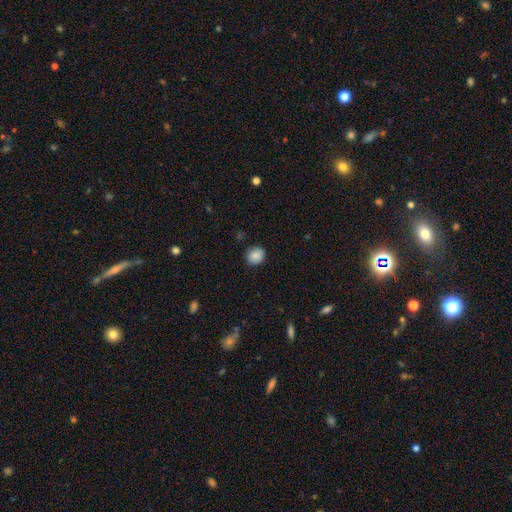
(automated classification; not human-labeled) smooth_or_featured: smooth (p=0.86) [alt: star or artifact p=0.09]
how_rounded: round (p=0.70) [alt: in between p=0.29]
merging: none (p=0.86) [alt: minor disturbance p=0.10]